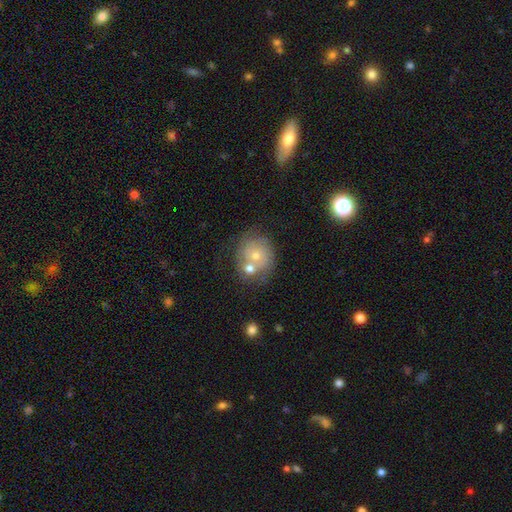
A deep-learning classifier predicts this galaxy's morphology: Smooth or featured? Predicted: smooth (p=0.46, tied with featured or disk). Merging? Predicted: none (p=0.40).